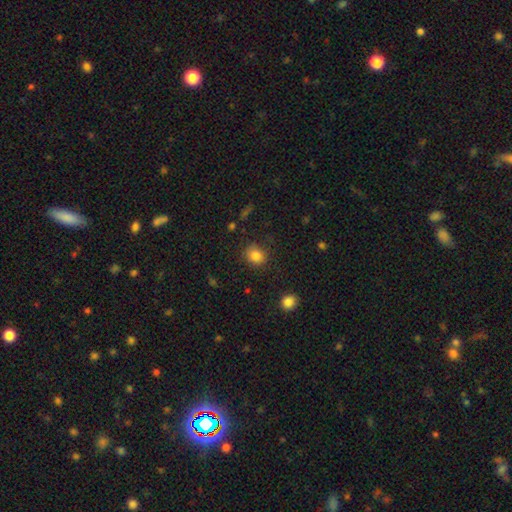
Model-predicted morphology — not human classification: Smooth or featured?
  - smooth: 84% *
  - star or artifact: 11%
  - featured or disk: 5%
How rounded?
  - round: 75% *
  - in between: 24%
  - cigar-shaped: 1%
Merging?
  - none: 84% *
  - minor disturbance: 11%
  - major disturbance: 3%
  - merger: 2%